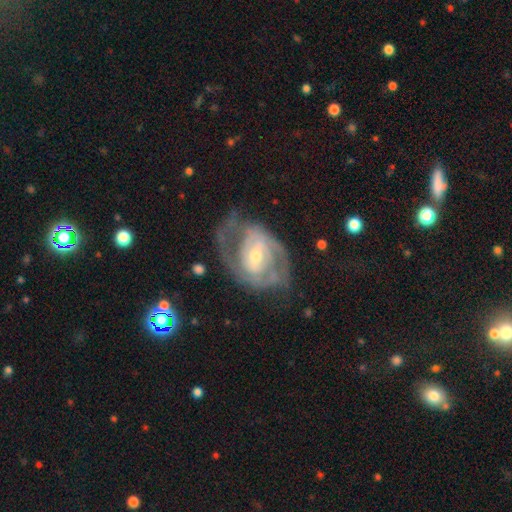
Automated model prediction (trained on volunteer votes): This appears to be a featured or disk galaxy (88%) with a weak bar (48%), 2 (56%) tight (49%) spiral arms (95%) and a small central bulge (51%). Merging: none (59%).